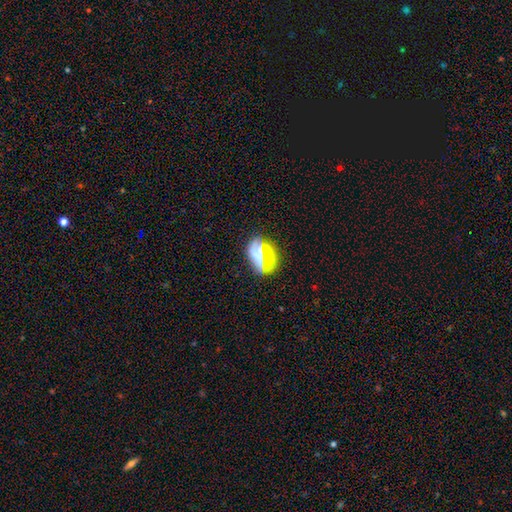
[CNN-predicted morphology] This appears to be a smooth galaxy with no disk features (58%) that is in between round and cigar-shaped (63%). Merging: none (75%).